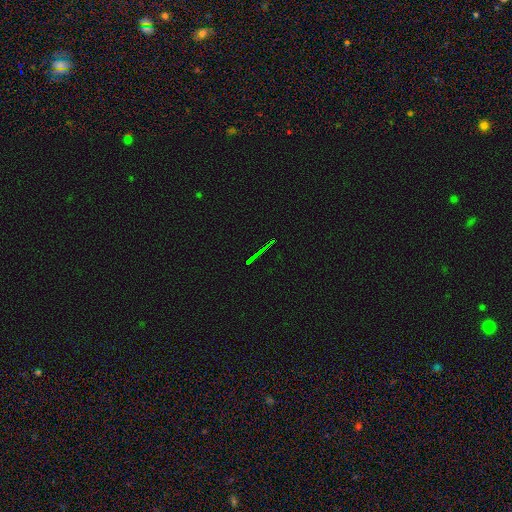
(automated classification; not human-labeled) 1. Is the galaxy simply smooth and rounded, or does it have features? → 55% star or artifact, 24% featured or disk, 21% smooth.